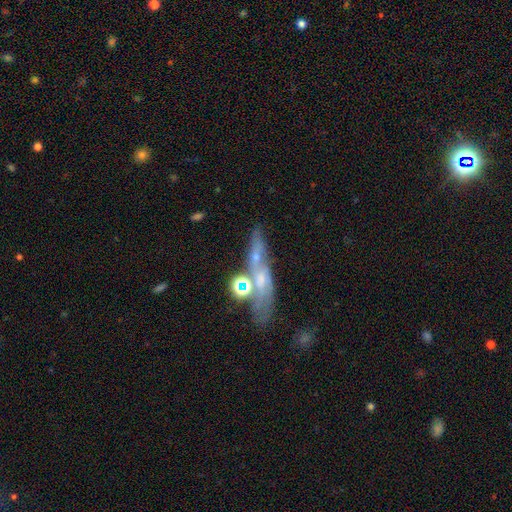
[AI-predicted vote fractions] smooth_or_featured: featured or disk (p=0.42) [alt: smooth p=0.34]
merging: none (p=0.46) [alt: merger p=0.24]